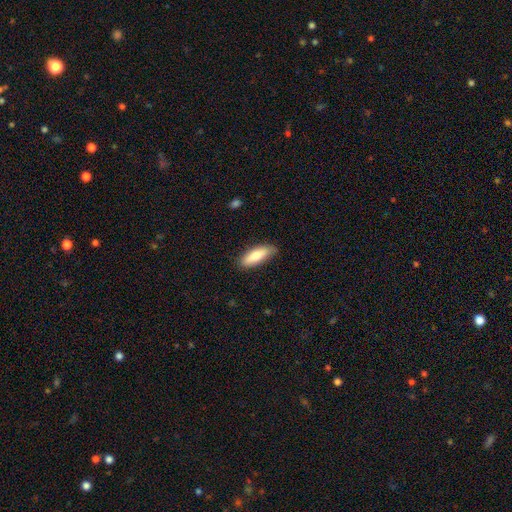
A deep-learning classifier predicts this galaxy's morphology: smooth-or-featured: smooth: 77% | featured or disk: 17% | star or artifact: 6%
  how-rounded: in between: 61% | cigar-shaped: 37% | round: 2%
  merging: none: 85% | minor disturbance: 12% | major disturbance: 2% | merger: 1%